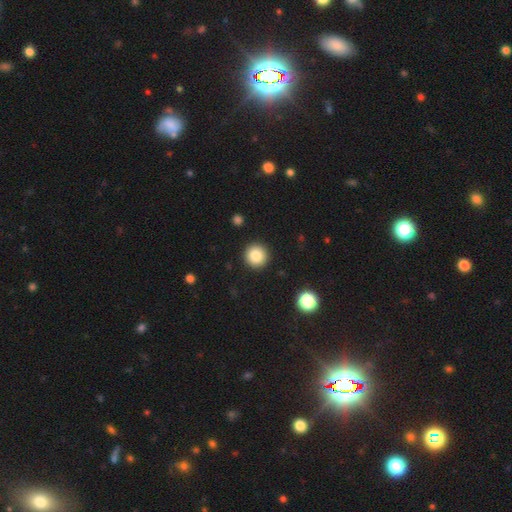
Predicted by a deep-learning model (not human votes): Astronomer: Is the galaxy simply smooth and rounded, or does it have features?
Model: smooth — 84%.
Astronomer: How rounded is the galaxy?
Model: round — 96%.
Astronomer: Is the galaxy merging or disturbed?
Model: none — 92%.